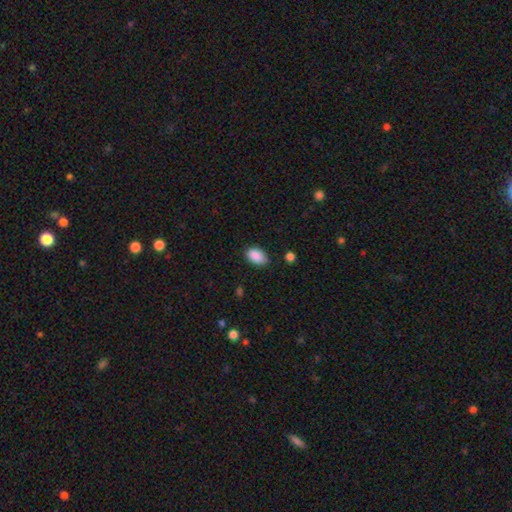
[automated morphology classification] smooth_or_featured: smooth (p=0.89) [alt: star or artifact p=0.07]
how_rounded: in between (p=0.92) [alt: round p=0.07]
merging: none (p=0.80) [alt: minor disturbance p=0.16]